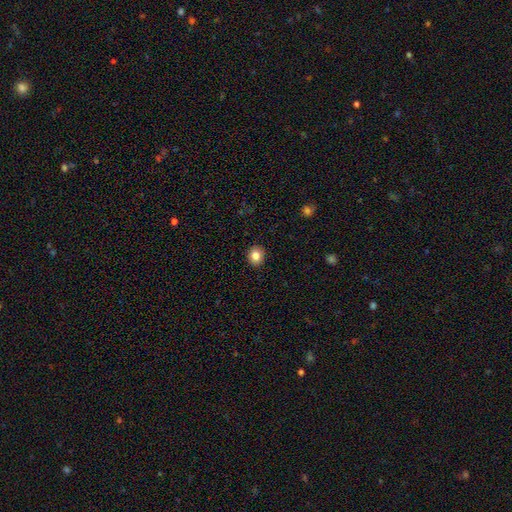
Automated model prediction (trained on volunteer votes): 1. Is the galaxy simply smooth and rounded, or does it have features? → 84% smooth, 10% star or artifact, 6% featured or disk.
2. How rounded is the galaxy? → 74% round, 25% in between, 1% cigar-shaped.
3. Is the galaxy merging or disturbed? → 90% none, 7% minor disturbance, 2% major disturbance, 1% merger.